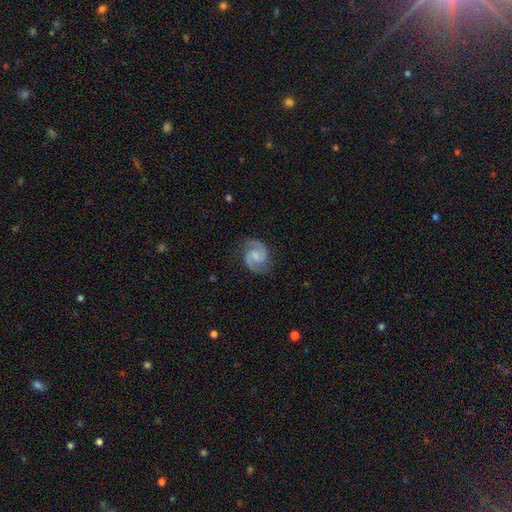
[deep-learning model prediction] The model was most divided on "bar": weak: 49%, no: 41%, strong: 10%. Remaining: edge-on disk — no (98%); spiral arms — yes (98%); spiral arm count — 2 (94%); smooth or featured — featured or disk (87%); merging — none (82%); spiral winding — medium (60%); bulge size — small (45%).